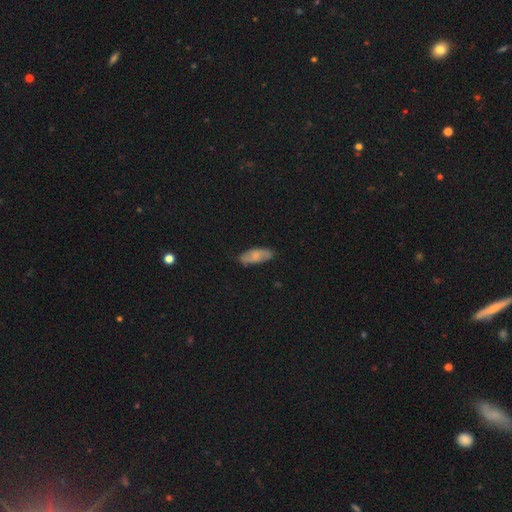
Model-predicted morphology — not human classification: A smooth galaxy with no disk features (62%) that is in between round and cigar-shaped (80%). Merging: none (79%).